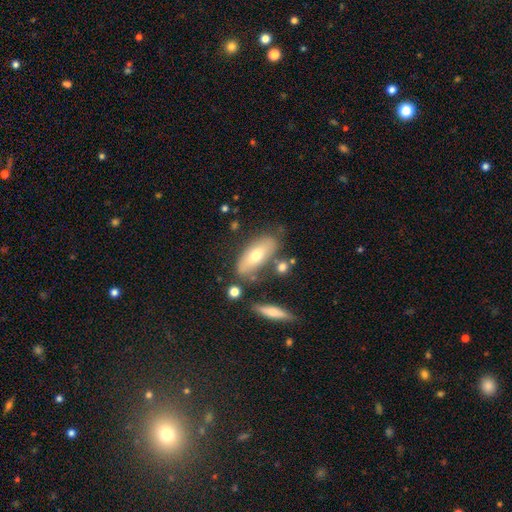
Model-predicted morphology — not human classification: smooth 59%, featured or disk 34%, star or artifact 7%. Down the decision tree: how rounded — in between (76%); merging — none (65%).